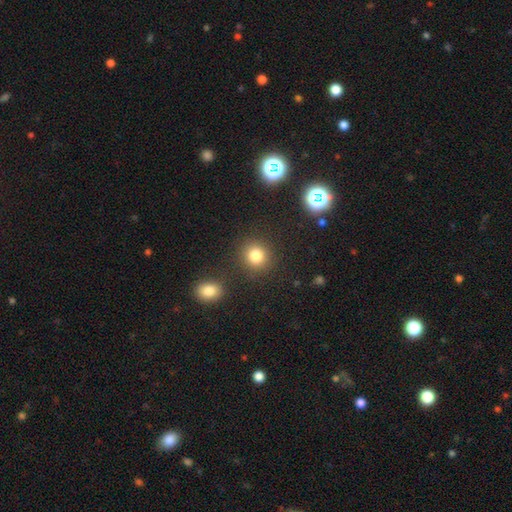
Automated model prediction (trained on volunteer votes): Smooth or featured: smooth — 82% (star or artifact — 13%)
How rounded: round — 86% (in between — 13%)
Merging: none — 85% (minor disturbance — 7%)